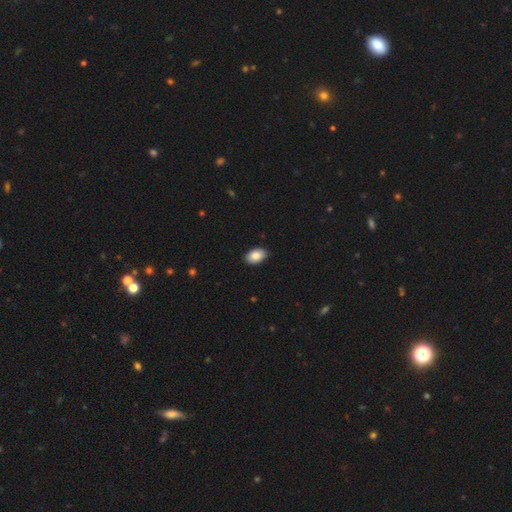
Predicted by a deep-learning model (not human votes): A smooth galaxy with no disk features (88%) that is in between round and cigar-shaped (90%). Merging: none (90%).